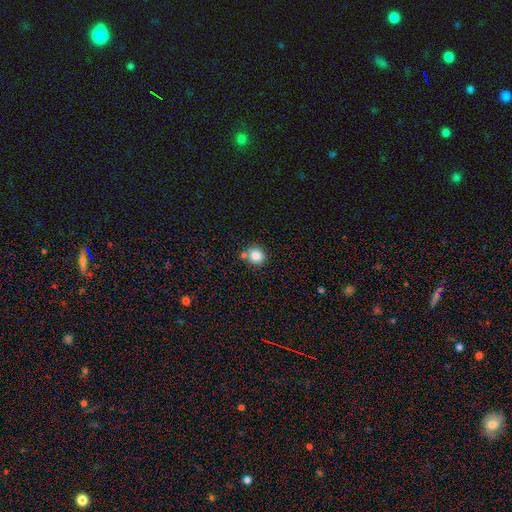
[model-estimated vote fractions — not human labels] Q: Smooth or featured?
A: smooth (83%); runner-up: star or artifact (10%)
Q: How rounded?
A: round (81%); runner-up: in between (19%)
Q: Merging?
A: none (68%); runner-up: merger (16%)